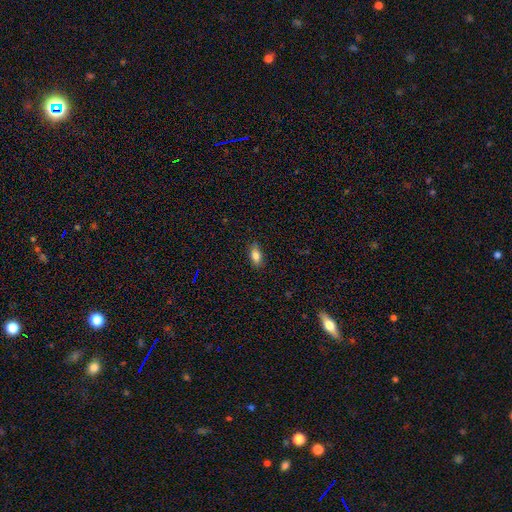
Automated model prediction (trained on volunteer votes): Q: Smooth or featured?
A: smooth (83%); runner-up: featured or disk (8%)
Q: How rounded?
A: in between (86%); runner-up: cigar-shaped (10%)
Q: Merging?
A: none (85%); runner-up: minor disturbance (12%)